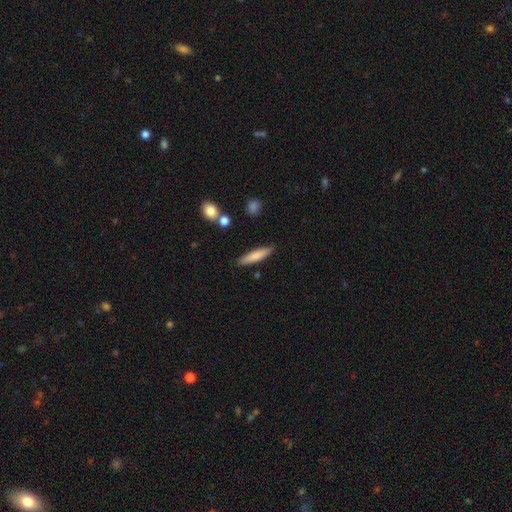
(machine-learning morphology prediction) Overall: smooth (75%). How rounded: cigar-shaped (82%). Merging: none (85%).